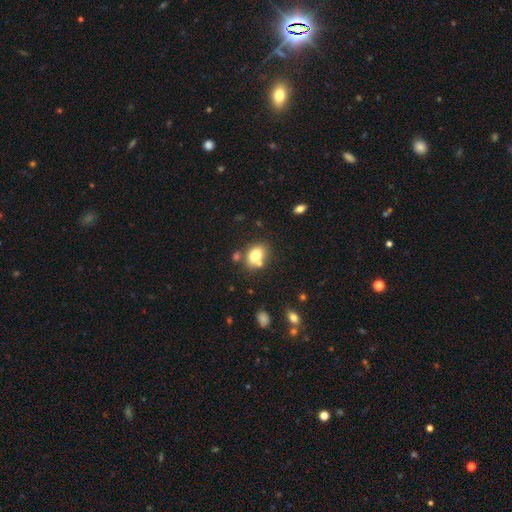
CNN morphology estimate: smooth 75%, featured or disk 14%, star or artifact 11%. Down the decision tree: how rounded — in between (62%); merging — none (64%).